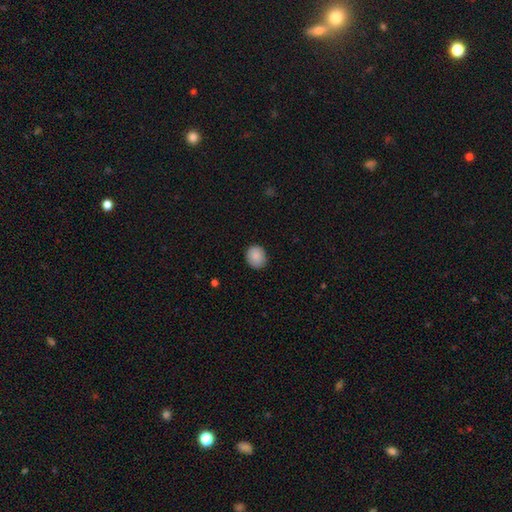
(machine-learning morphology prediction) This appears to be a smooth galaxy with no disk features (88%) that is round (67%). Merging: none (84%).